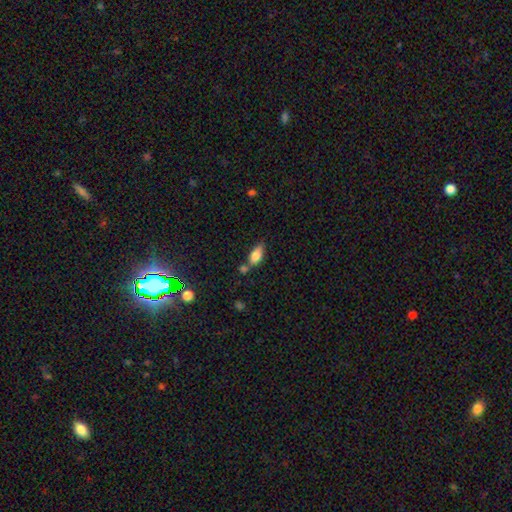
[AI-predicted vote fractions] smooth-or-featured: smooth: 77% | featured or disk: 15% | star or artifact: 8%
  how-rounded: in between: 84% | cigar-shaped: 12% | round: 4%
  merging: none: 52% | merger: 22% | minor disturbance: 20% | major disturbance: 6%